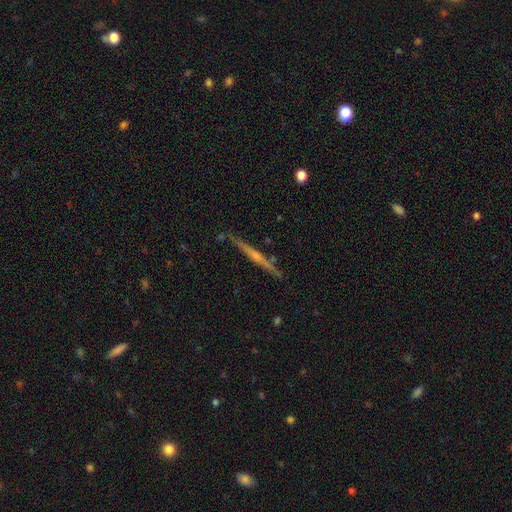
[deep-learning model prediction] Smooth or featured? featured or disk (66%)
Edge-on disk? yes (92%)
Edge-on bulge? rounded (60%)
Merging? none (81%)